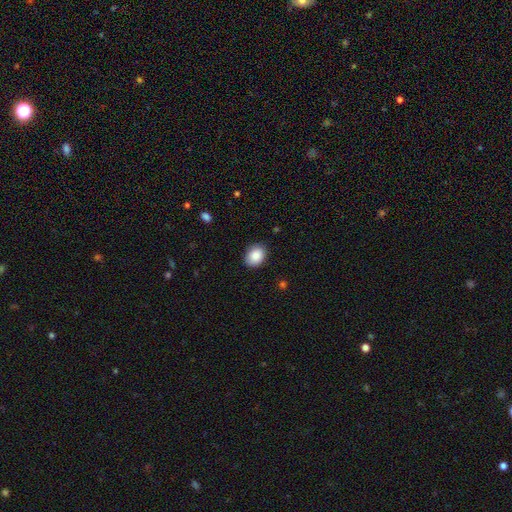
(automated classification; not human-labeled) Smooth or featured? Predicted: smooth (p=0.88). How rounded? Predicted: in between (p=0.61). Merging? Predicted: none (p=0.85).